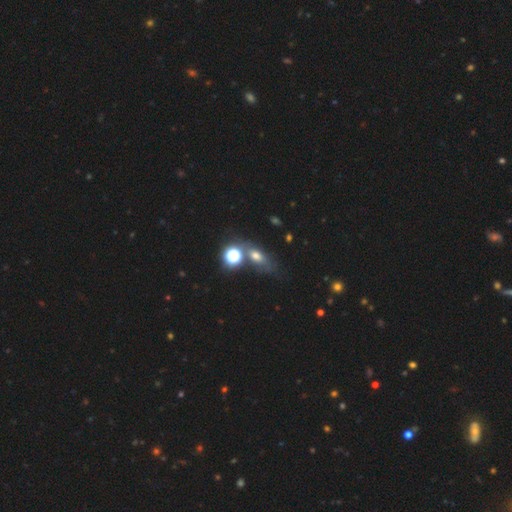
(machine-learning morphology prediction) type=smooth (59%); roundness=in between (61%); merging=none (55%).